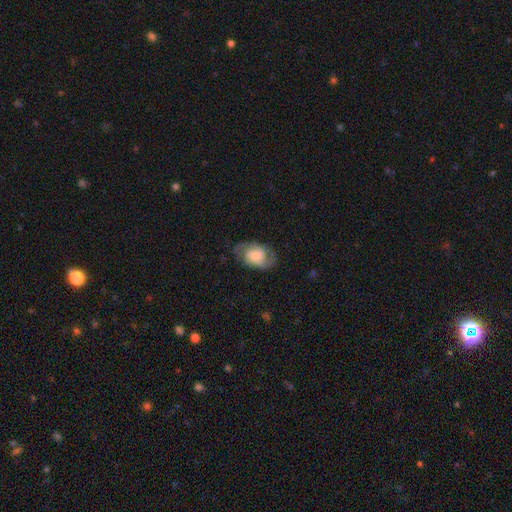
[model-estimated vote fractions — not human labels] Smooth or featured? featured or disk (48%)
Merging? none (63%)